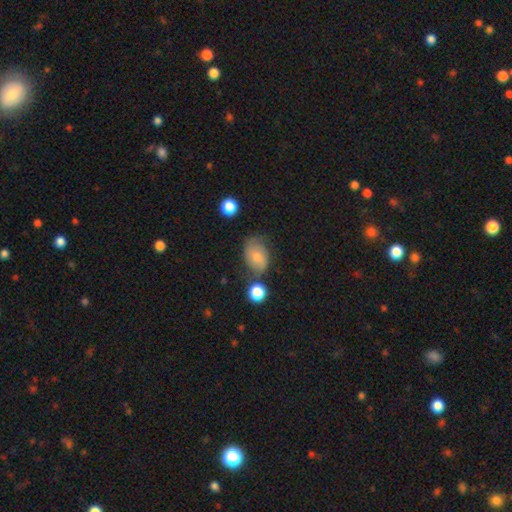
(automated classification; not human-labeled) smooth-or-featured: smooth: 56% | featured or disk: 31% | star or artifact: 12%
  how-rounded: in between: 75% | round: 24% | cigar-shaped: 2%
  merging: none: 60% | minor disturbance: 25% | major disturbance: 8% | merger: 6%